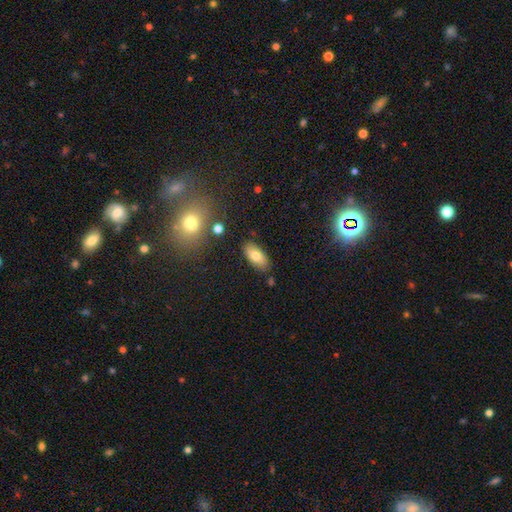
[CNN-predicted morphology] Smooth or featured?
  - smooth: 77% *
  - featured or disk: 15%
  - star or artifact: 8%
How rounded?
  - in between: 89% *
  - cigar-shaped: 9%
  - round: 3%
Merging?
  - none: 83% *
  - minor disturbance: 11%
  - merger: 3%
  - major disturbance: 3%